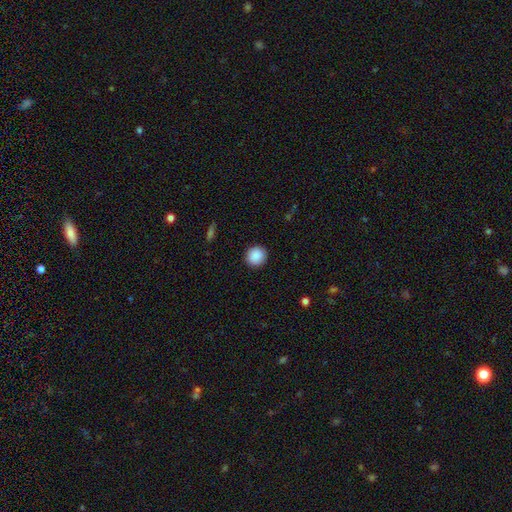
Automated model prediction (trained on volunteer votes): Morphology: type=smooth (90%); roundness=round (92%); merging=none (91%).